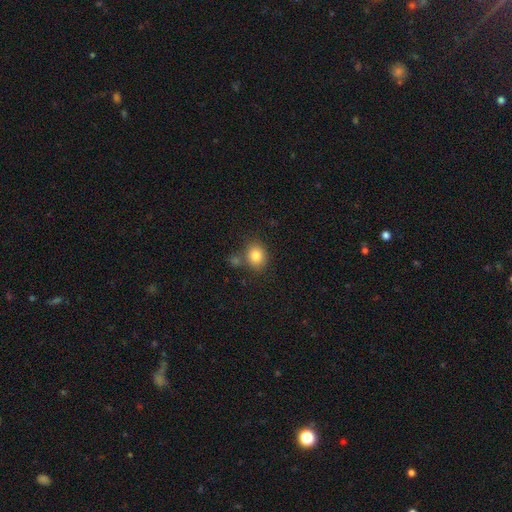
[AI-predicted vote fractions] Smooth or featured: smooth — 83% (star or artifact — 10%)
How rounded: round — 61% (in between — 38%)
Merging: none — 69% (merger — 14%)